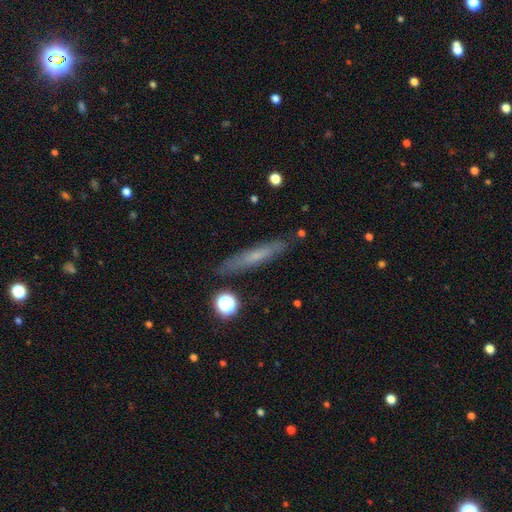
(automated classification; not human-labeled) A smooth galaxy with no disk features (53%) that is cigar-shaped (92%). Merging: none (87%).